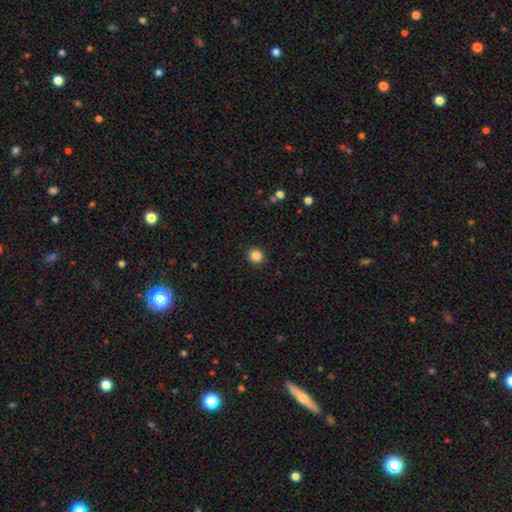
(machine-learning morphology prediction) A smooth galaxy with no disk features (86%) that is round (90%).

Vote fractions:
- Smooth or featured? smooth: 86% / star or artifact: 11% / featured or disk: 4%
- How rounded? round: 90% / in between: 9% / cigar-shaped: 1%
- Merging? none: 92% / minor disturbance: 5% / major disturbance: 2% / merger: 1%